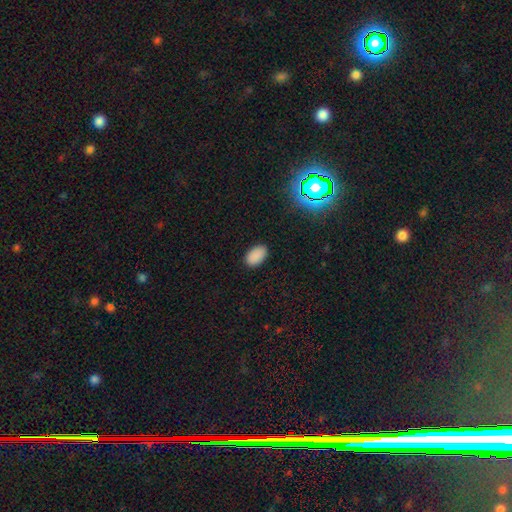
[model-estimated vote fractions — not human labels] smooth_or_featured: smooth (p=0.88) [alt: star or artifact p=0.09]
how_rounded: in between (p=0.93) [alt: round p=0.06]
merging: none (p=0.88) [alt: minor disturbance p=0.09]